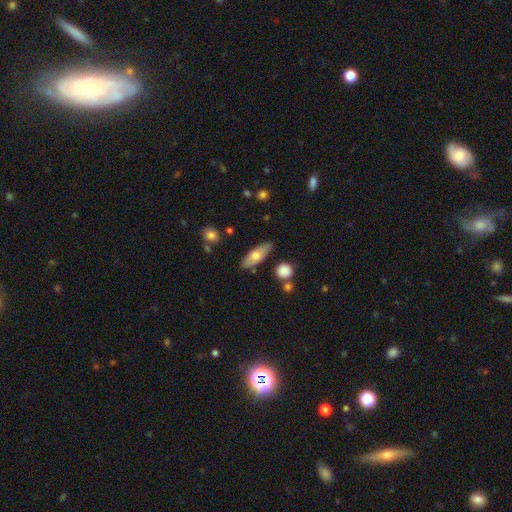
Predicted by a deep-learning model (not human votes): smooth_or_featured: smooth (p=0.65) [alt: featured or disk p=0.29]
how_rounded: in between (p=0.68) [alt: cigar-shaped p=0.28]
merging: none (p=0.79) [alt: minor disturbance p=0.15]